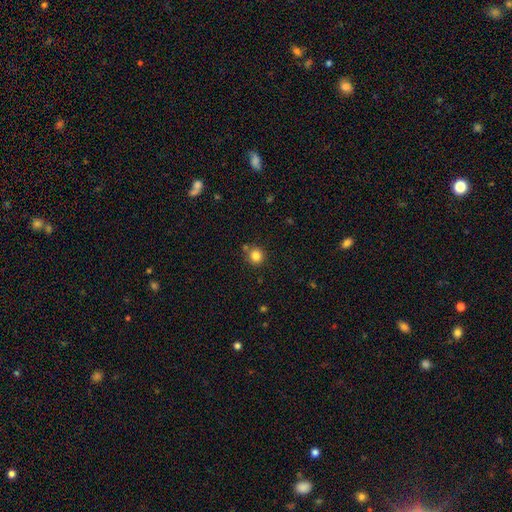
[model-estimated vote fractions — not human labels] Overall: smooth (84%). How rounded: round (92%). Merging: none (80%).